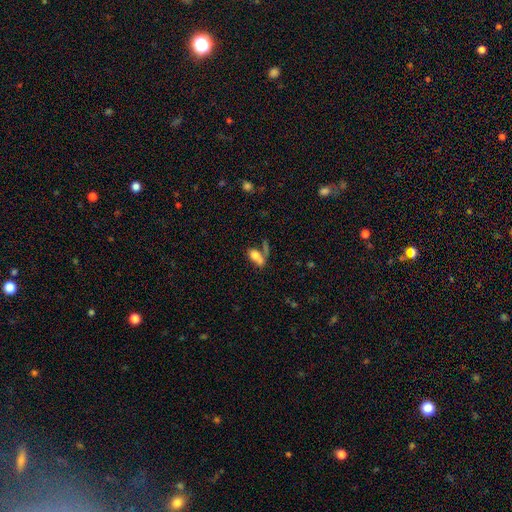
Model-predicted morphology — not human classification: Q: Smooth or featured?
A: smooth (72%); runner-up: featured or disk (18%)
Q: How rounded?
A: in between (79%); runner-up: round (11%)
Q: Merging?
A: merger (42%); runner-up: none (32%)